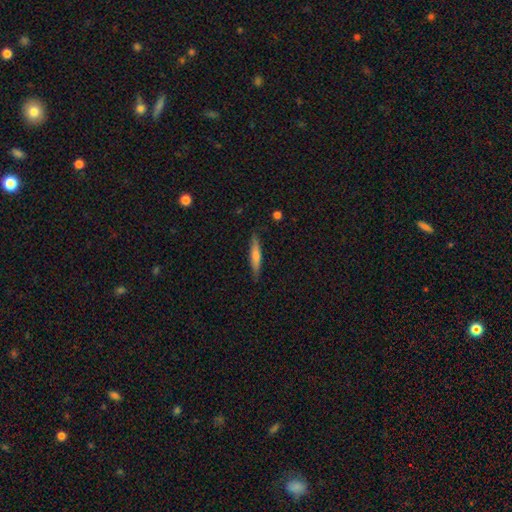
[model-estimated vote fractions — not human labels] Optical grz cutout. It shows a smooth galaxy with no disk features (61%) that is cigar-shaped (90%). Merging: none (86%).